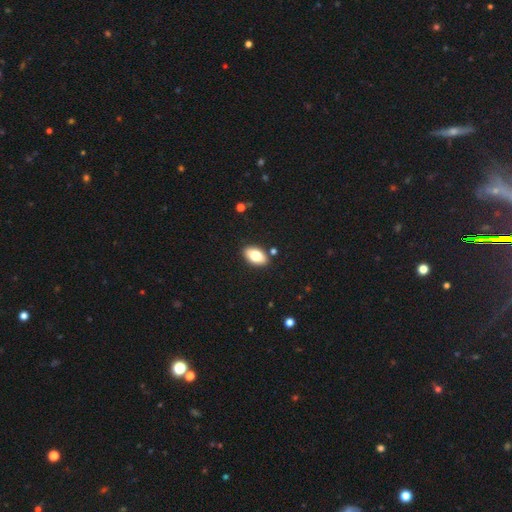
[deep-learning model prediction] Q: Smooth or featured?
A: smooth (77%); runner-up: featured or disk (15%)
Q: How rounded?
A: in between (92%); runner-up: round (5%)
Q: Merging?
A: none (87%); runner-up: minor disturbance (8%)